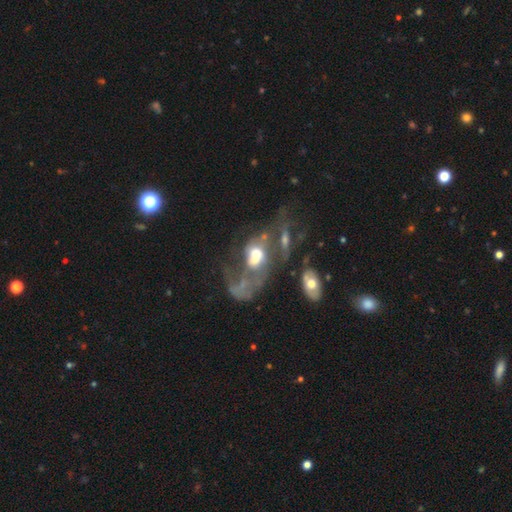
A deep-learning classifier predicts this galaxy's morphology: A featured or disk galaxy (59%) with no bar (72%), no spiral arms (57%) and a moderate central bulge (39%).

Vote fractions:
- Smooth or featured? featured or disk: 59% / smooth: 29% / star or artifact: 12%
- Edge-on disk? no: 95% / yes: 5%
- Bar? no: 72% / weak: 20% / strong: 8%
- Spiral arms? no: 57% / yes: 43%
- Bulge size? moderate: 39% / large: 32% / small: 13% / none: 9% / dominant: 7%
- Merging? merger: 41% / major disturbance: 40% / none: 12% / minor disturbance: 7%